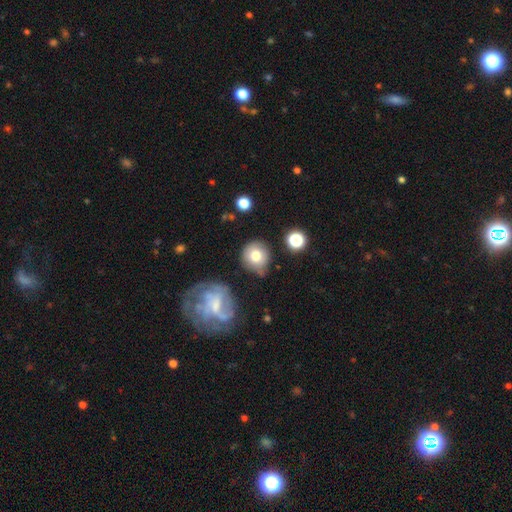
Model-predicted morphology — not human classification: Smooth or featured: smooth — 74% (featured or disk — 17%)
How rounded: round — 89% (in between — 10%)
Merging: none — 69% (minor disturbance — 18%)